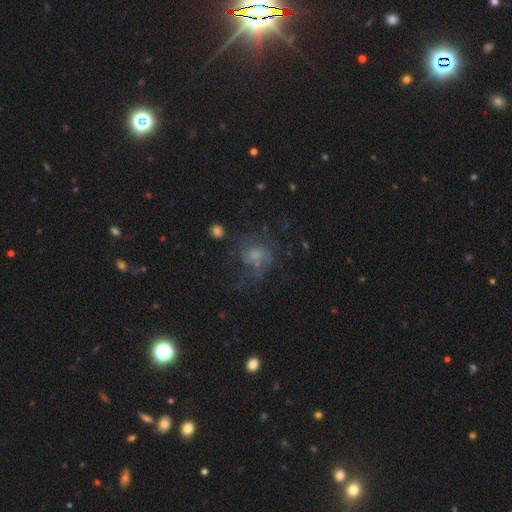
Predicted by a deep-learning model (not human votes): This is marginally a smooth galaxy (42%). Merging: marginally major disturbance (40%).